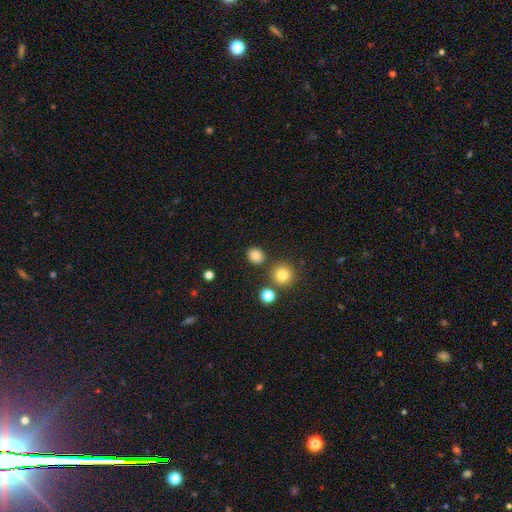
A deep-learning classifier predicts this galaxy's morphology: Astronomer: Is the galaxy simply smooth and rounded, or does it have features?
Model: smooth — 83%.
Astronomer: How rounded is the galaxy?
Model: round — 81%.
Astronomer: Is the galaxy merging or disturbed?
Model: none — 84%.